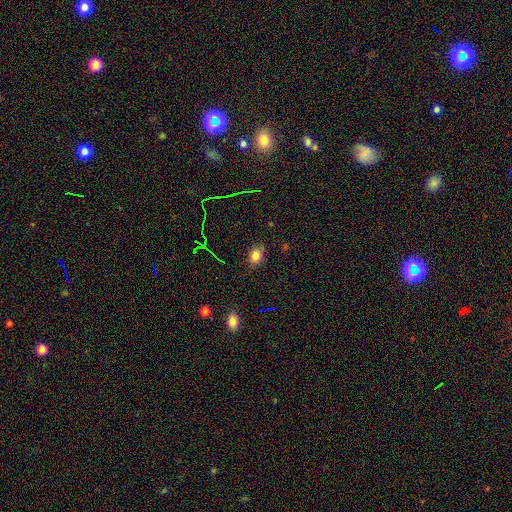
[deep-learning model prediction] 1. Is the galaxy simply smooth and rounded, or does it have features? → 77% smooth, 15% star or artifact, 8% featured or disk.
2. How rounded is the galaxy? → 71% in between, 27% round, 2% cigar-shaped.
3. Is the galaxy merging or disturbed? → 80% none, 15% minor disturbance, 3% major disturbance, 1% merger.